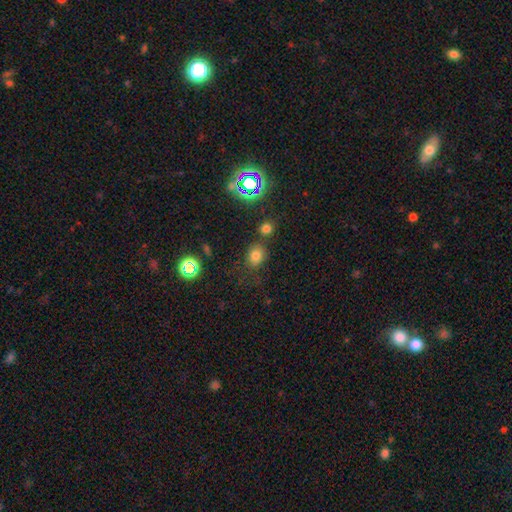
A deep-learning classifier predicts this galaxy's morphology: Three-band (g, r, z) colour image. It shows a smooth galaxy with no disk features (73%) that is round (52%). Merging: none (66%).